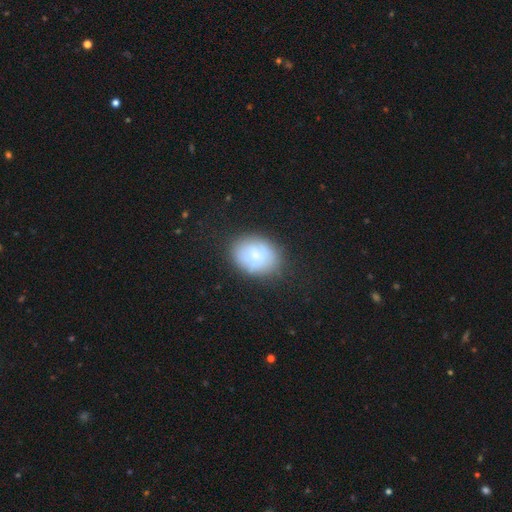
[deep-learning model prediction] Morphology: type=smooth (63%); roundness=in between (62%); merging=none (70%).